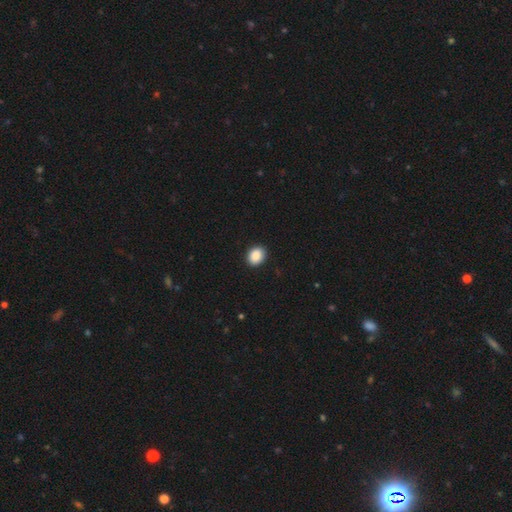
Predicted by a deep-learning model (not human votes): A smooth galaxy with no disk features (89%) that is in between round and cigar-shaped (53%).

Vote fractions:
- Smooth or featured? smooth: 89% / star or artifact: 8% / featured or disk: 3%
- How rounded? in between: 53% / round: 46% / cigar-shaped: 1%
- Merging? none: 91% / minor disturbance: 6% / major disturbance: 2% / merger: 1%